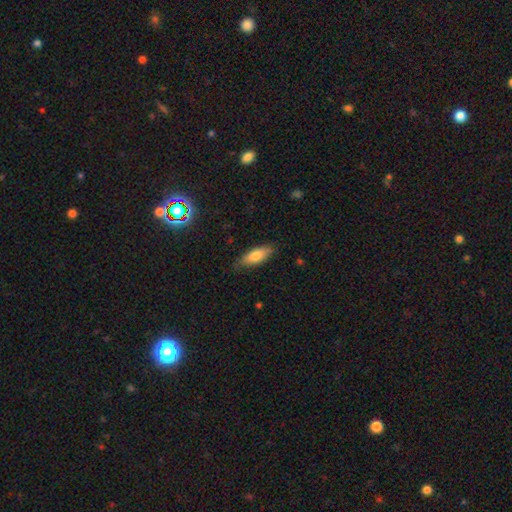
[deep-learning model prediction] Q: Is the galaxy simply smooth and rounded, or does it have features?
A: smooth — 78%.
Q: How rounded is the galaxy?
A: in between — 67%.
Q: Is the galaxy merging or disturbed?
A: none — 80%.